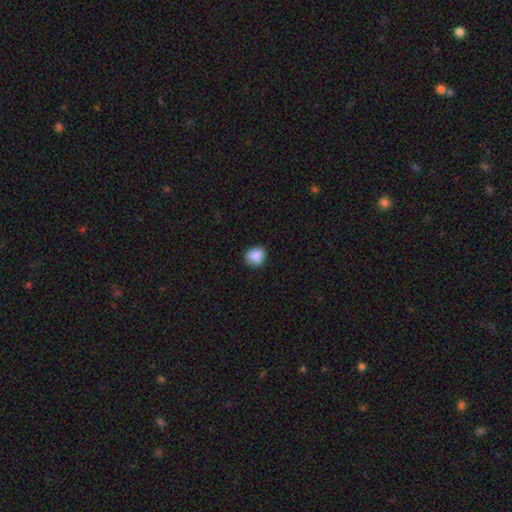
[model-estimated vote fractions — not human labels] smooth_or_featured: smooth (p=0.87) [alt: star or artifact p=0.09]
how_rounded: round (p=0.74) [alt: in between p=0.25]
merging: none (p=0.83) [alt: minor disturbance p=0.13]